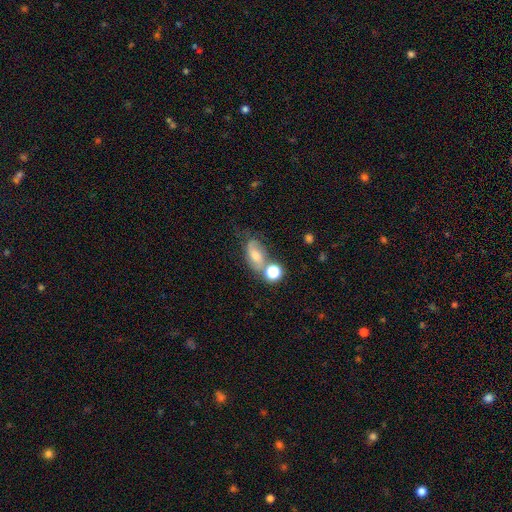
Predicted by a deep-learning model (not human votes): Overall: smooth (46%; featured or disk 40%). Merging: none (47%; merger 21%).